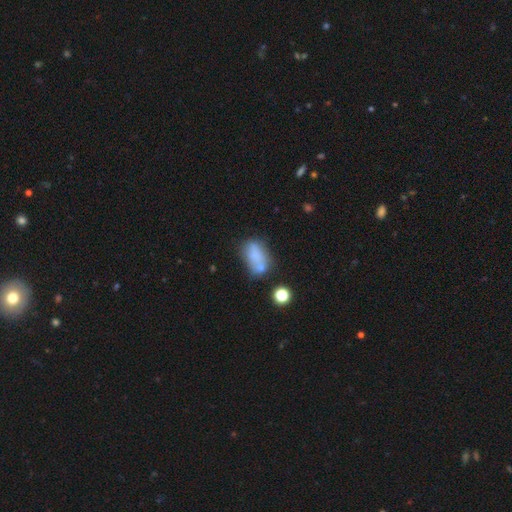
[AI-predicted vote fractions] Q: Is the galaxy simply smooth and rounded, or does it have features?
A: smooth — 67%.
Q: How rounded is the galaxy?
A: in between — 84%.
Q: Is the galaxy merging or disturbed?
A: none — 38%.